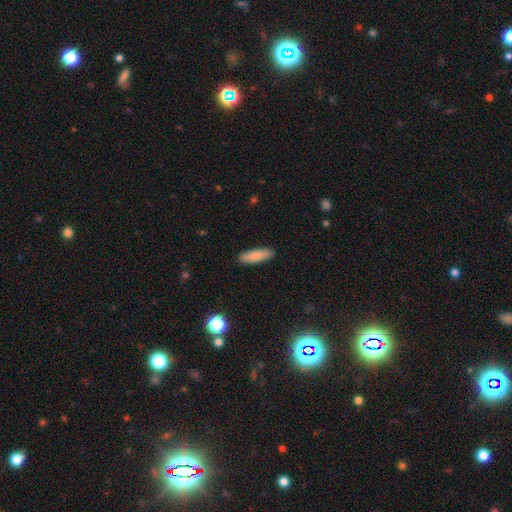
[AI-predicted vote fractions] Smooth or featured? smooth (85%)
How rounded? cigar-shaped (61%)
Merging? none (90%)